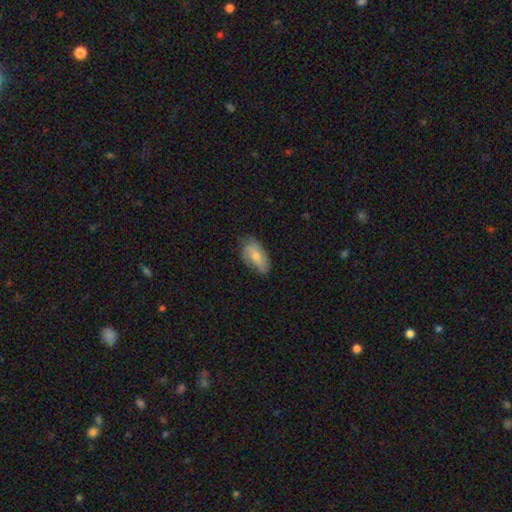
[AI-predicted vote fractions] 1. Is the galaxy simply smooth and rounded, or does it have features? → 61% smooth, 33% featured or disk, 6% star or artifact.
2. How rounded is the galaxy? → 91% in between, 5% cigar-shaped, 4% round.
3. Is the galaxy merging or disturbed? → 65% none, 27% minor disturbance, 7% major disturbance, 1% merger.